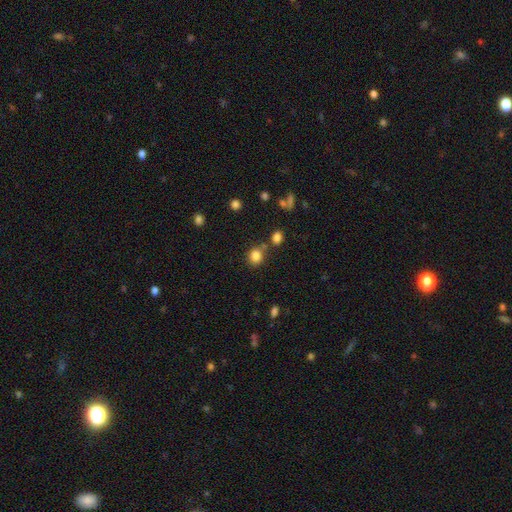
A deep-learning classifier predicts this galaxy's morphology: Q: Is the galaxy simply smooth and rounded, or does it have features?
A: smooth — 83%.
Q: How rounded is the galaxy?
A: round — 74%.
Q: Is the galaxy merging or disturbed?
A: none — 70%.